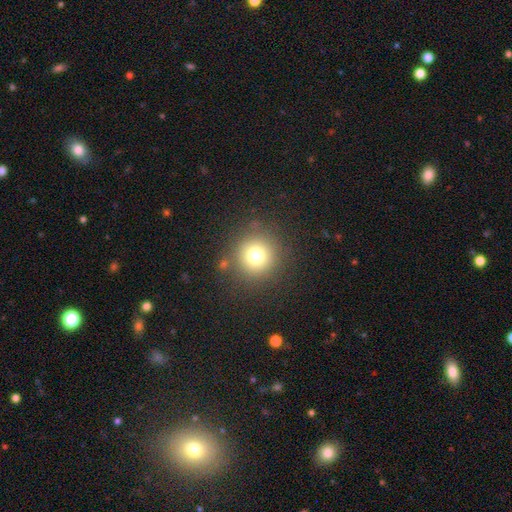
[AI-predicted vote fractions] This appears to be a smooth galaxy with no disk features (75%) that is round (94%). Merging: none (86%).